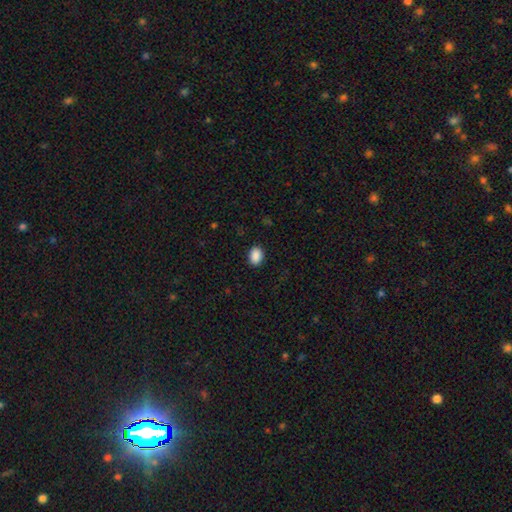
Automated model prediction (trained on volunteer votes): This is clearly a smooth galaxy (90%). How rounded: likely in between (72%). Merging: clearly none (89%).